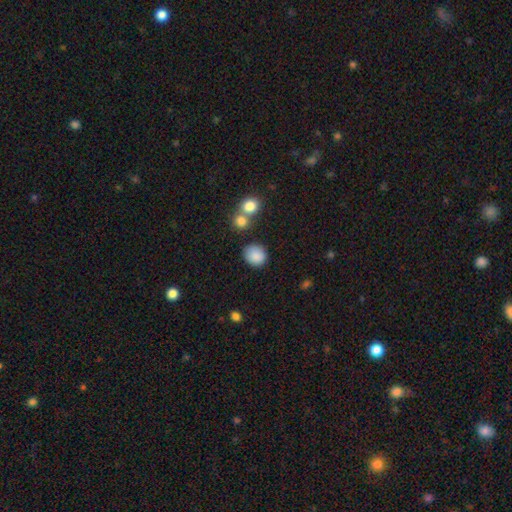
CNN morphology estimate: Overall: smooth (87%). How rounded: round (79%). Merging: none (76%).